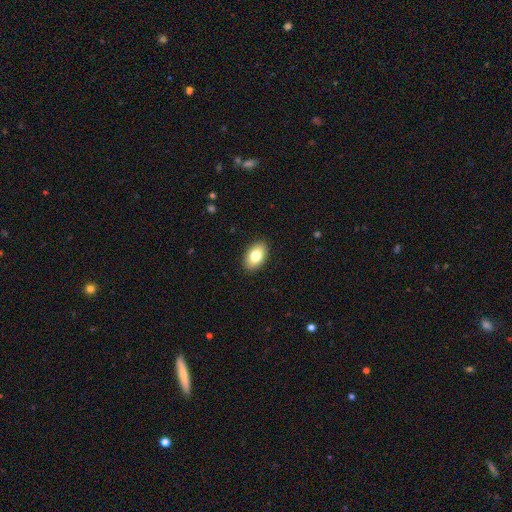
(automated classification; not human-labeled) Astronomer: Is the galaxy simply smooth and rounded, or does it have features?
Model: smooth — 80%.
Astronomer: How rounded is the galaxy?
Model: in between — 92%.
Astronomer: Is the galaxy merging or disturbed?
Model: none — 90%.